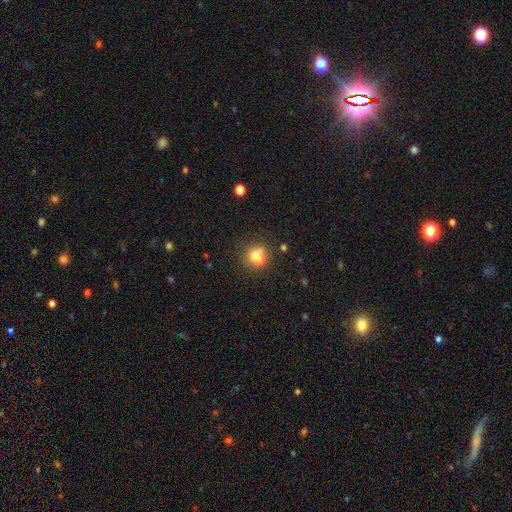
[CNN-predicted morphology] smooth_or_featured: smooth (p=0.61) [alt: featured or disk p=0.24]
how_rounded: round (p=0.76) [alt: in between p=0.23]
merging: merger (p=0.47) [alt: none p=0.39]